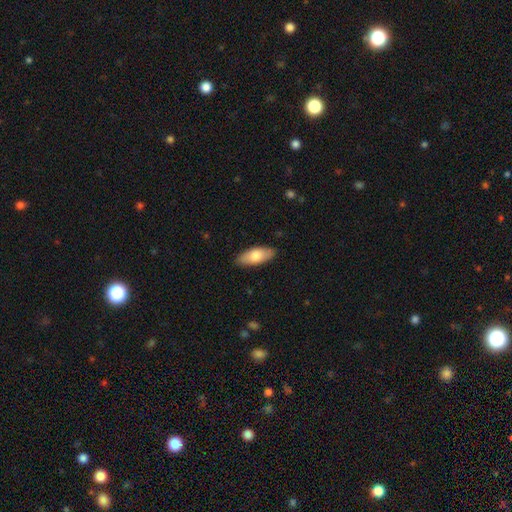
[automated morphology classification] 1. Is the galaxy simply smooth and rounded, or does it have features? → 76% smooth, 18% featured or disk, 5% star or artifact.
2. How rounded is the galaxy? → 79% in between, 19% cigar-shaped, 2% round.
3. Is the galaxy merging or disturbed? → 87% none, 10% minor disturbance, 2% major disturbance, 1% merger.